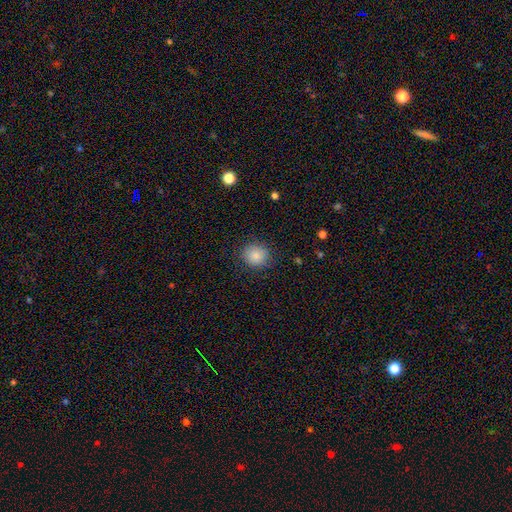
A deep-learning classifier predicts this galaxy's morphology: This appears to be a smooth galaxy with no disk features (86%) that is round (84%). Merging: none (85%).